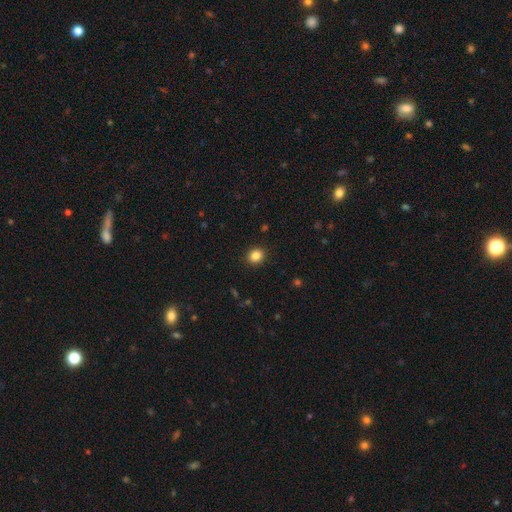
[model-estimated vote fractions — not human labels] smooth-or-featured: smooth: 85% | star or artifact: 11% | featured or disk: 4%
  how-rounded: round: 77% | in between: 22% | cigar-shaped: 1%
  merging: none: 91% | minor disturbance: 6% | major disturbance: 2% | merger: 1%